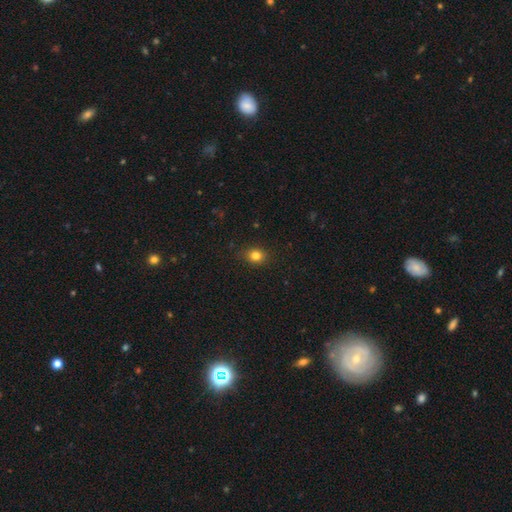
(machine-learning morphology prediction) This is clearly a smooth galaxy (81%). How rounded: likely round (64%). Merging: clearly none (87%).